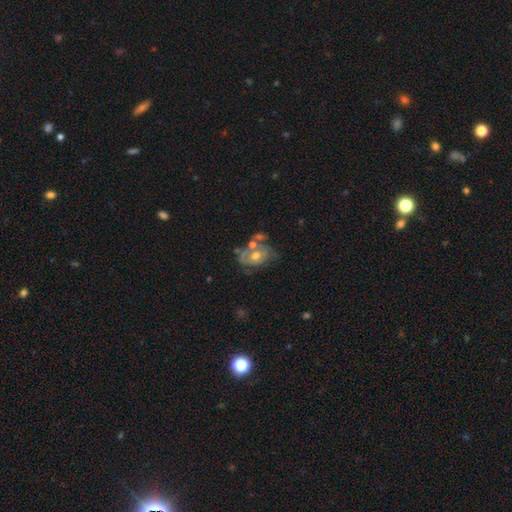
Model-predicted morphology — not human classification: Smooth or featured? featured or disk (63%)
Edge-on disk? no (96%)
Bar? no (78%)
Spiral arms? yes (57%)
Bulge size? moderate (73%)
Merging? none (37%)